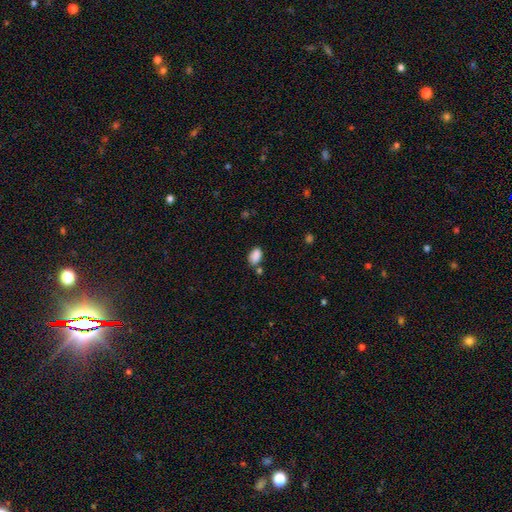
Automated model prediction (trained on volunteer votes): smooth-or-featured: smooth: 87% | star or artifact: 9% | featured or disk: 4%
  how-rounded: in between: 89% | round: 9% | cigar-shaped: 2%
  merging: none: 68% | minor disturbance: 16% | merger: 12% | major disturbance: 4%